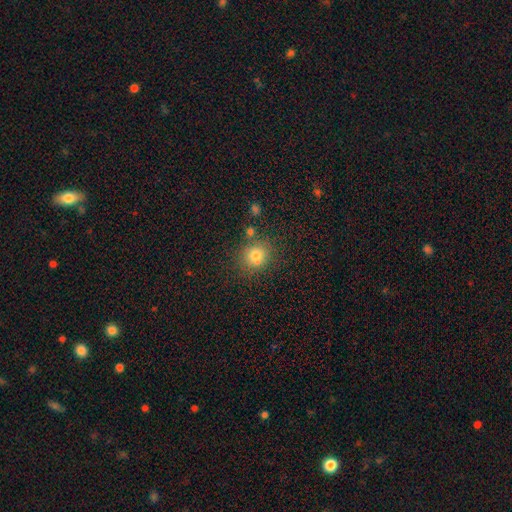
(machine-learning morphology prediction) smooth_or_featured: smooth (p=0.78) [alt: star or artifact p=0.14]
how_rounded: round (p=0.81) [alt: in between p=0.18]
merging: none (p=0.73) [alt: minor disturbance p=0.12]